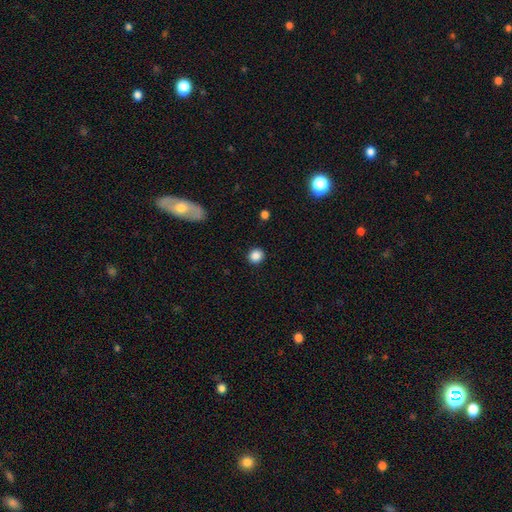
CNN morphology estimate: Q: Smooth or featured?
A: smooth (87%); runner-up: star or artifact (10%)
Q: How rounded?
A: round (84%); runner-up: in between (15%)
Q: Merging?
A: none (90%); runner-up: minor disturbance (6%)